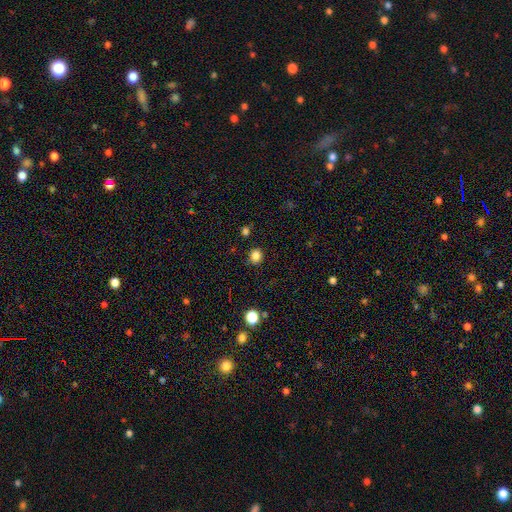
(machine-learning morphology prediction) Smooth or featured? Predicted: smooth (p=0.83). How rounded? Predicted: round (p=0.77). Merging? Predicted: none (p=0.85).